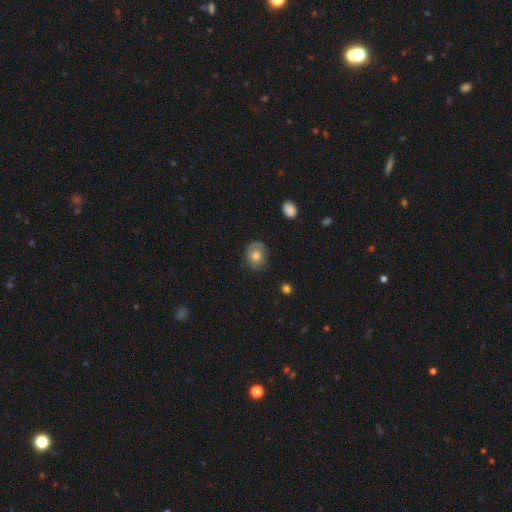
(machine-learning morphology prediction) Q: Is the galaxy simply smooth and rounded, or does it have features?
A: smooth — 67%.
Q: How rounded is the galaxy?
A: round — 56%.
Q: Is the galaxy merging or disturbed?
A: none — 70%.